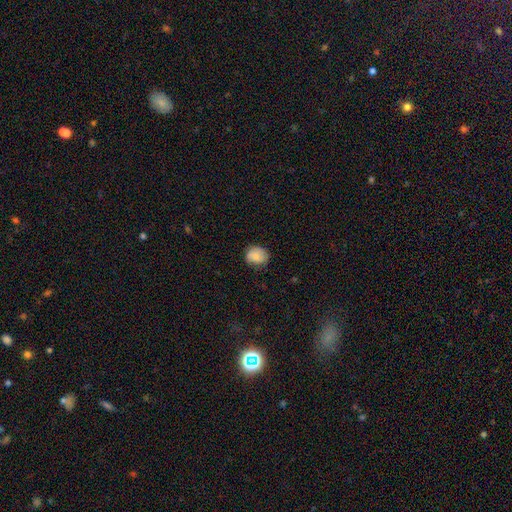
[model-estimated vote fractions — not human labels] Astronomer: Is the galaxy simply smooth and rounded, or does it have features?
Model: smooth — 78%.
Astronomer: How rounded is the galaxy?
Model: round — 61% (runner-up: in between, 38%).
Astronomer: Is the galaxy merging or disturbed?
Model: none — 73%.